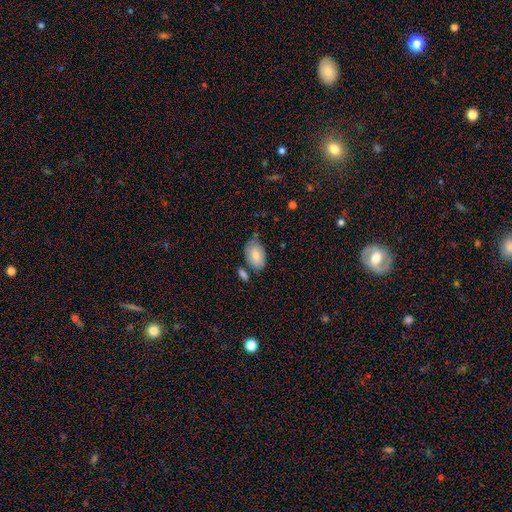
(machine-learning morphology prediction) smooth_or_featured: smooth (p=0.79) [alt: featured or disk p=0.15]
how_rounded: in between (p=0.91) [alt: round p=0.07]
merging: none (p=0.61) [alt: minor disturbance p=0.22]